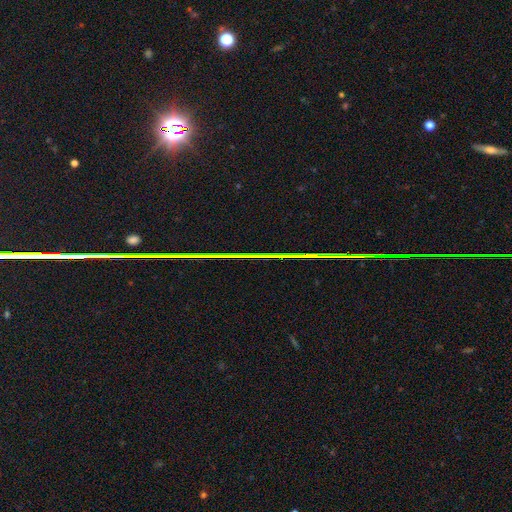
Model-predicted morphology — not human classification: This appears to be a star or artifact, not a galaxy (86%).